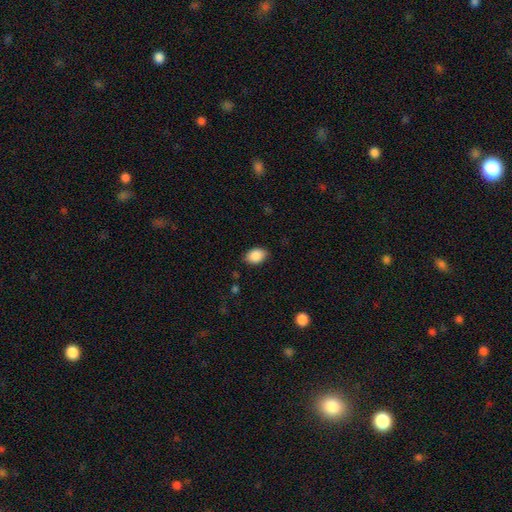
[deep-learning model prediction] Morphology: type=smooth (89%); roundness=in between (83%); merging=none (84%).